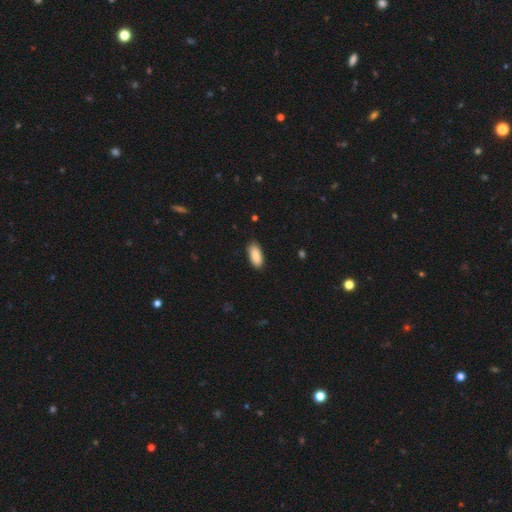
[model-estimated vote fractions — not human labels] Overall: smooth (90%). How rounded: in between (89%). Merging: none (86%).